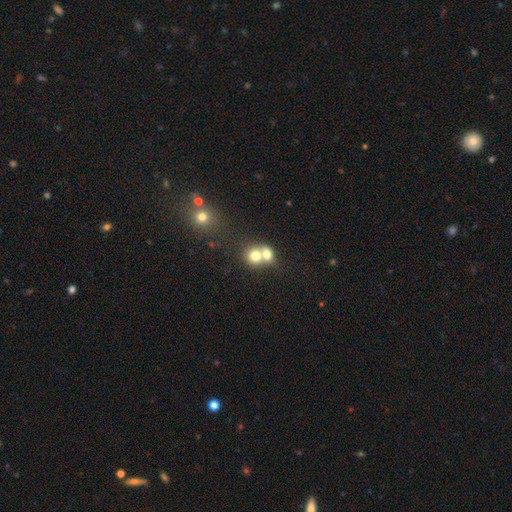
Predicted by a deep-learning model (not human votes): A smooth galaxy with no disk features (73%) that is round (72%). Merging: merger (66%).